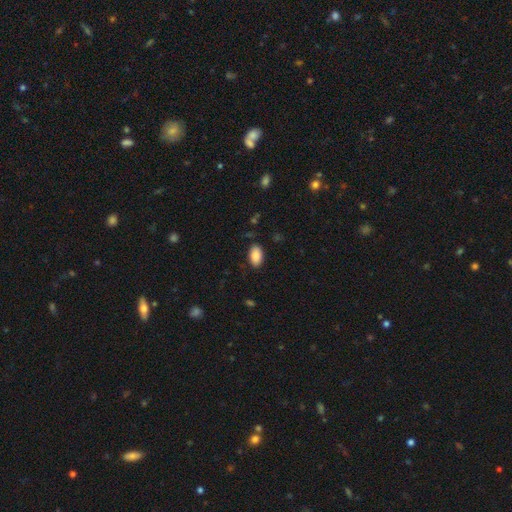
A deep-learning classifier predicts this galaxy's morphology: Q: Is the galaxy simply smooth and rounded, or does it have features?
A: smooth — 87%.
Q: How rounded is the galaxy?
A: in between — 93%.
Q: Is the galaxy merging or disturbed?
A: none — 85%.